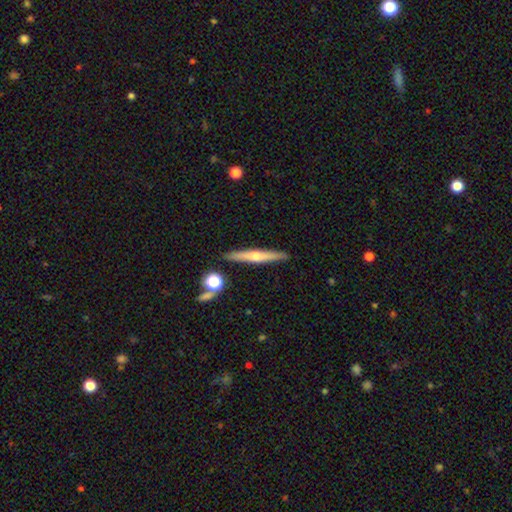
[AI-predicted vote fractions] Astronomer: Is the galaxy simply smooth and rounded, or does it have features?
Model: featured or disk — 57% (runner-up: smooth, 36%).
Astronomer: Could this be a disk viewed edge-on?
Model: yes — 95%.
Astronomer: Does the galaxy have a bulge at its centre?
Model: rounded — 80%.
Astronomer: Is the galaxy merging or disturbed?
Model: none — 89%.